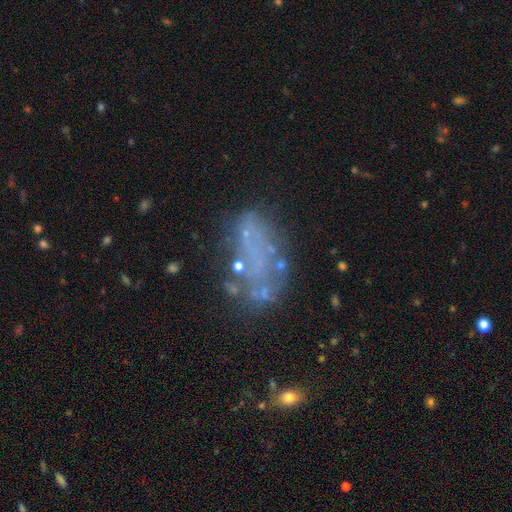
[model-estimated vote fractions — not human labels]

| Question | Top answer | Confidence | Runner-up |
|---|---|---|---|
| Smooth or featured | featured or disk | 53% | smooth (26%) |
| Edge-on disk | no | 96% | yes (4%) |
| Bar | no | 91% | weak (6%) |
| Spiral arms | no | 92% | yes (8%) |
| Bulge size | none | 81% | small (13%) |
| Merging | none | 44% | major disturbance (25%) |